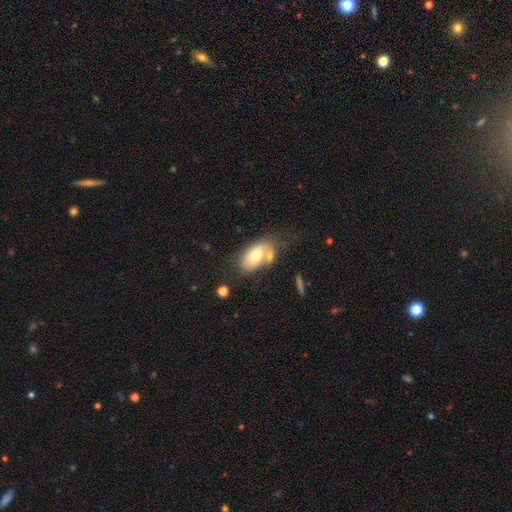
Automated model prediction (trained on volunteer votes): smooth 68%, featured or disk 25%, star or artifact 7%. Down the decision tree: how rounded — in between (93%); merging — none (51%).